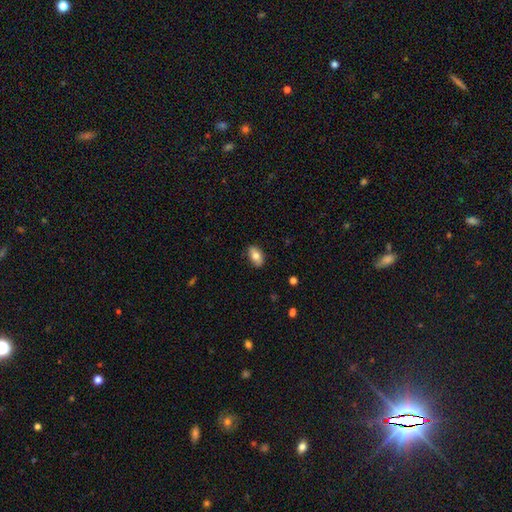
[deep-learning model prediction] Smooth or featured: smooth — 76% (featured or disk — 17%)
How rounded: in between — 91% (round — 6%)
Merging: none — 86% (minor disturbance — 11%)